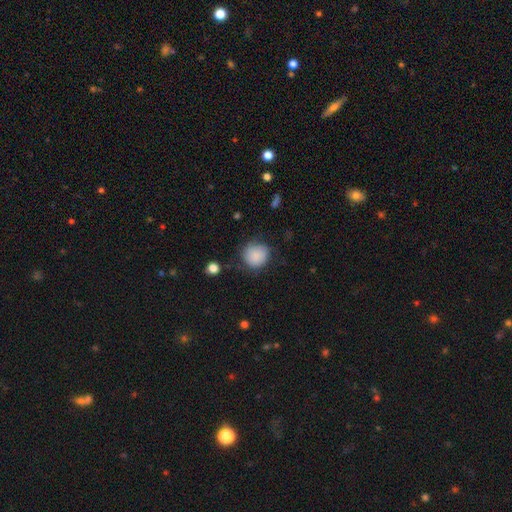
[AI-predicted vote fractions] Q: Smooth or featured?
A: smooth (85%); runner-up: star or artifact (8%)
Q: How rounded?
A: round (87%); runner-up: in between (12%)
Q: Merging?
A: none (67%); runner-up: minor disturbance (23%)